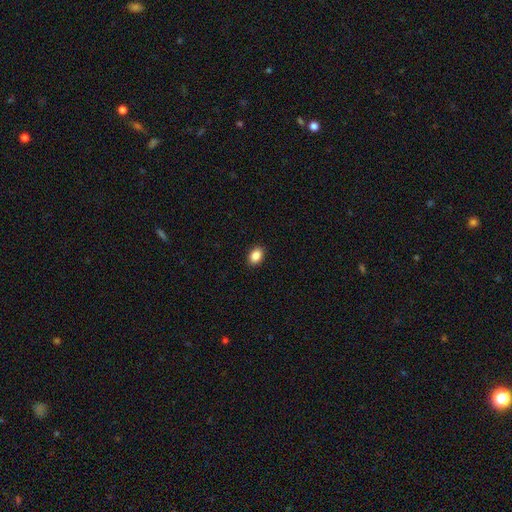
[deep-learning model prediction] Overall: smooth (88%). How rounded: in between (74%). Merging: none (90%).